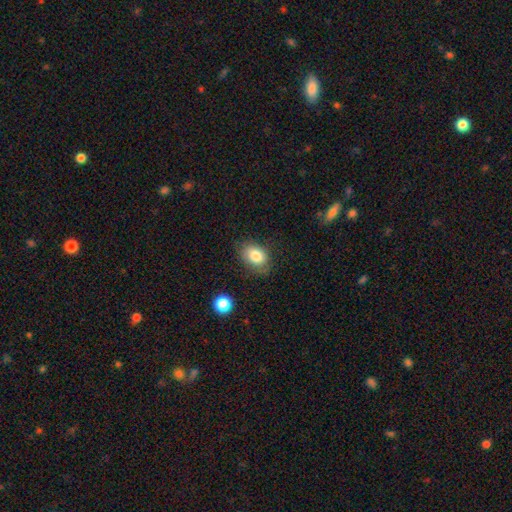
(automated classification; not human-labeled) Q: Smooth or featured?
A: smooth (82%); runner-up: featured or disk (10%)
Q: How rounded?
A: in between (77%); runner-up: round (21%)
Q: Merging?
A: none (75%); runner-up: minor disturbance (18%)